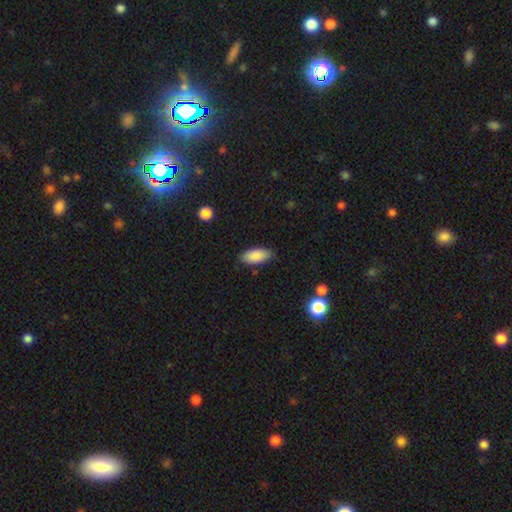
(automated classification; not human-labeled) This appears to be a smooth galaxy with no disk features (87%) that is in between round and cigar-shaped (87%). Merging: none (84%).